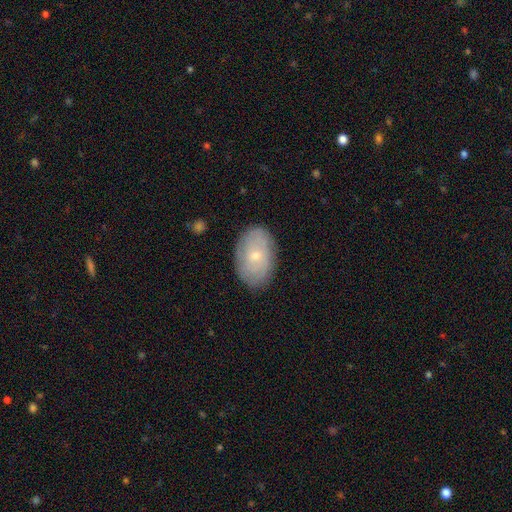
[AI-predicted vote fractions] Overall: smooth (51%; featured or disk 42%). How rounded: in between (88%). Merging: none (83%).